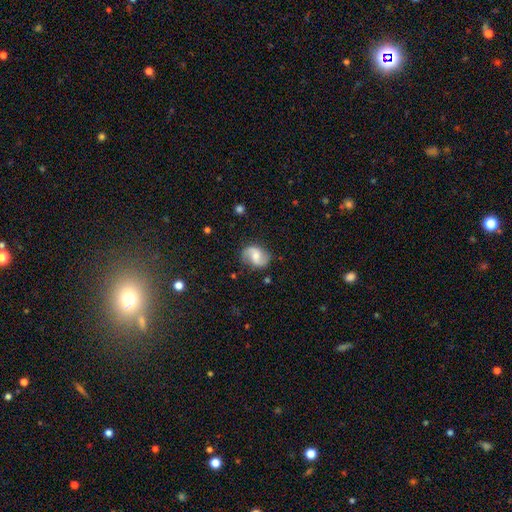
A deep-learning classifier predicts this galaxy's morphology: This appears to be a featured or disk galaxy (74%) with no bar (46%), 2 (92%) loose (51%) spiral arms (95%) and a moderate central bulge (57%). Merging: none (80%).